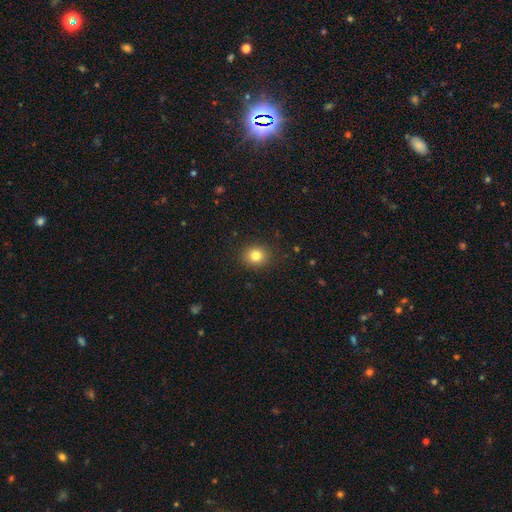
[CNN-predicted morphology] A smooth galaxy with no disk features (81%) that is round (80%). Merging: none (89%).